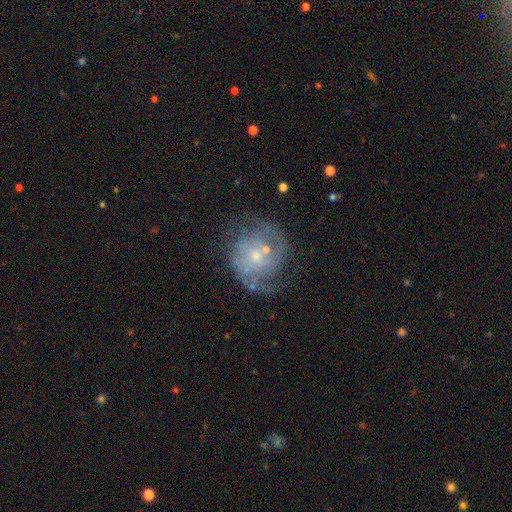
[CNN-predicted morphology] This is likely a featured or disk galaxy (74%). It is clearly not viewed edge-on (97%). Bar: likely no (67%). Spiral arm pattern: clearly yes (92%). Spiral arm count: marginally can't tell (34%). Spiral winding: possibly tight (58%). Central bulge: likely small (65%). Merging: likely none (71%).